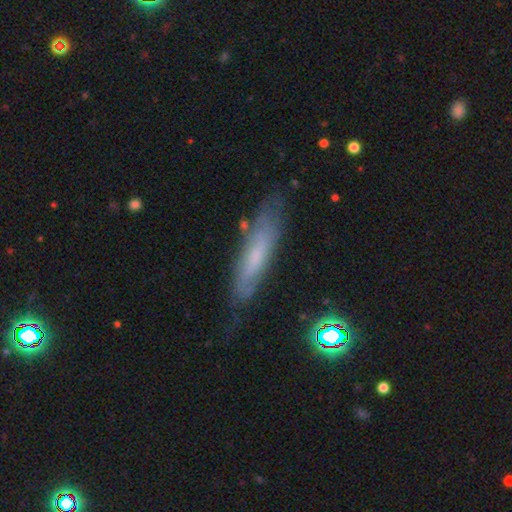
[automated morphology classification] Smooth or featured? smooth (47%)
Merging? none (71%)